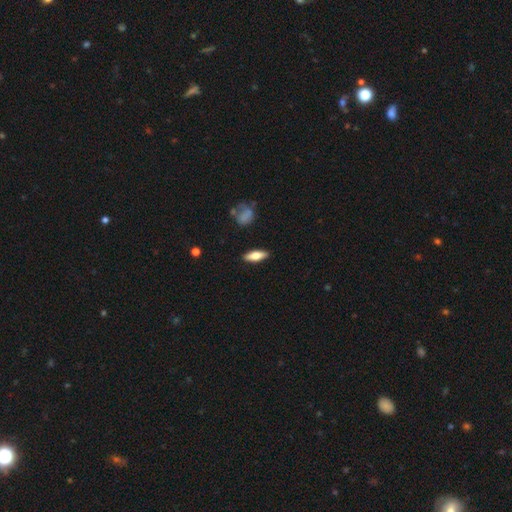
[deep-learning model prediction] smooth-or-featured: smooth: 66% | featured or disk: 27% | star or artifact: 7%
  how-rounded: in between: 62% | cigar-shaped: 35% | round: 3%
  merging: none: 88% | minor disturbance: 9% | major disturbance: 2% | merger: 1%